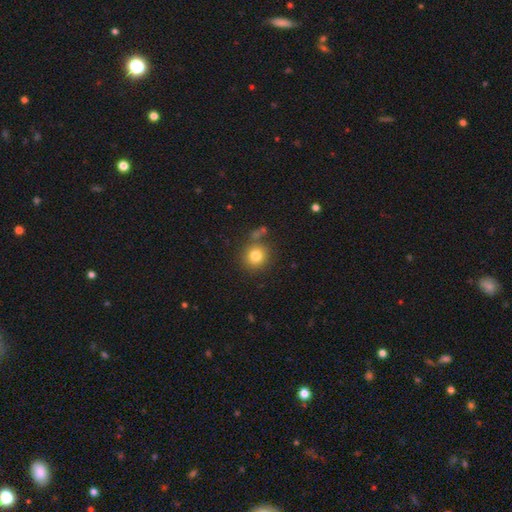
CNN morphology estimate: type=smooth (81%); roundness=round (88%); merging=none (78%).